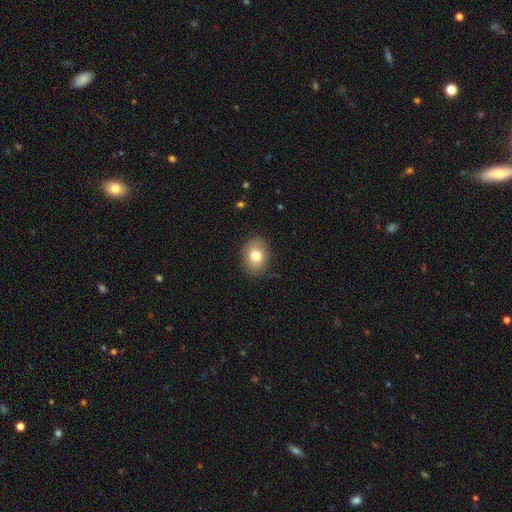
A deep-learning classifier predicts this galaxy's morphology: A smooth galaxy with no disk features (78%) that is in between round and cigar-shaped (66%). Merging: none (86%).